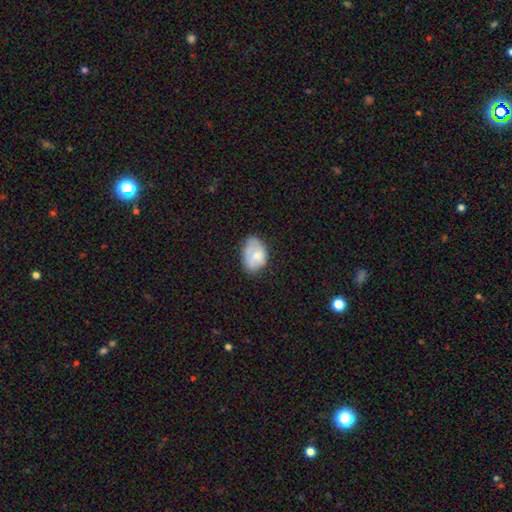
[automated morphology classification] smooth_or_featured: smooth (p=0.64) [alt: featured or disk p=0.29]
how_rounded: in between (p=0.84) [alt: round p=0.15]
merging: none (p=0.47) [alt: minor disturbance p=0.36]